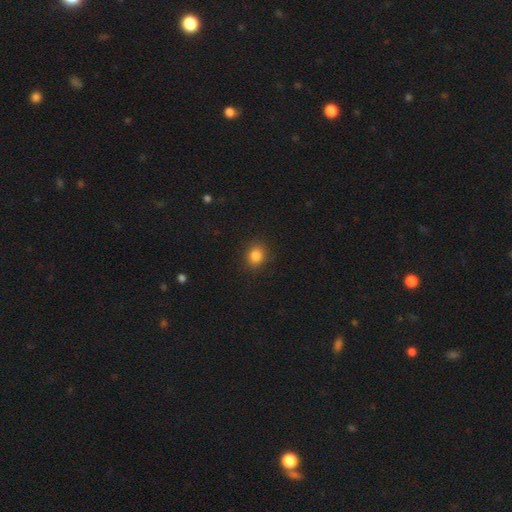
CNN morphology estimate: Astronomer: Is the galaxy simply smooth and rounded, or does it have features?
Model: smooth — 84%.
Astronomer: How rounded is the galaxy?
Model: round — 71%.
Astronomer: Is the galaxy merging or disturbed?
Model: none — 87%.